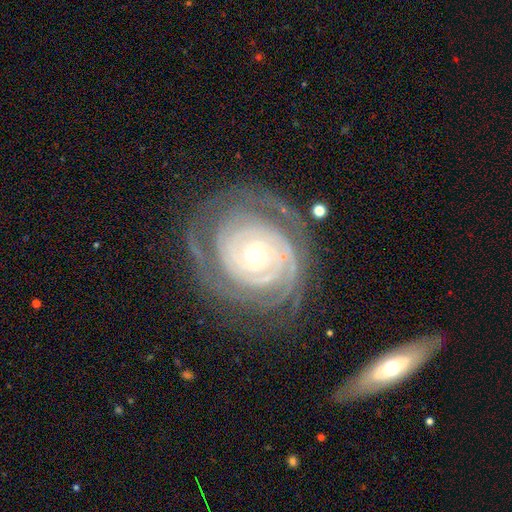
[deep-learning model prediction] Smooth or featured? featured or disk (89%)
Edge-on disk? no (97%)
Bar? no (76%)
Spiral arms? yes (97%)
Spiral winding? tight (85%)
Spiral arm count? 2 (26%)
Bulge size? small (62%)
Merging? none (72%)